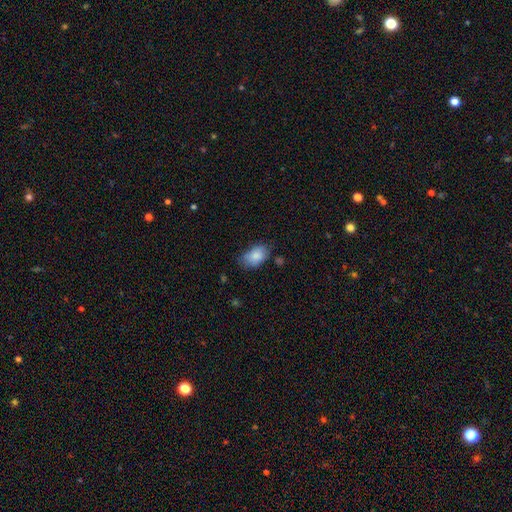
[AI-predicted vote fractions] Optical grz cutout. It shows a smooth galaxy with no disk features (84%) that is in between round and cigar-shaped (89%). Merging: none (61%).